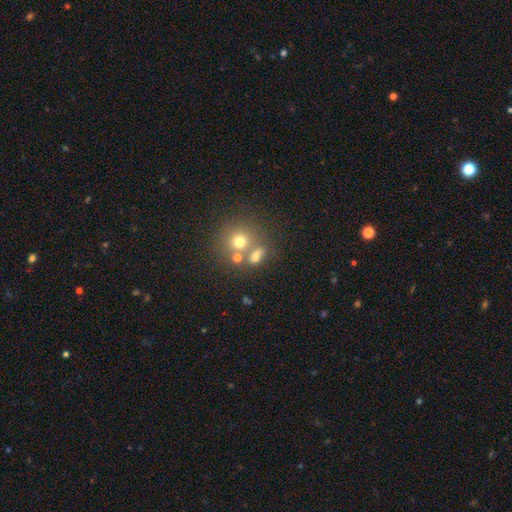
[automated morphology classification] Overall: smooth (66%). How rounded: round (55%; in between 42%). Merging: none (47%; merger 35%).